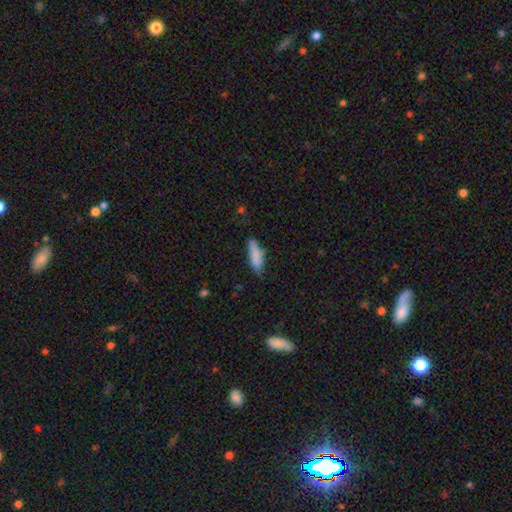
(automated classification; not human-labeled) Smooth or featured: smooth — 81% (featured or disk — 11%)
How rounded: cigar-shaped — 53% (in between — 45%)
Merging: none — 57% (minor disturbance — 31%)